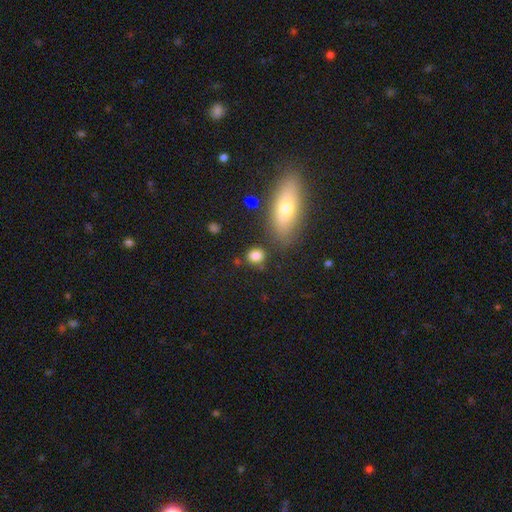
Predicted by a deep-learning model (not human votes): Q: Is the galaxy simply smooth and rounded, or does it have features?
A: smooth — 84%.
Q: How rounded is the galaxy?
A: round — 54%.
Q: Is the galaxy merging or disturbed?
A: none — 77%.